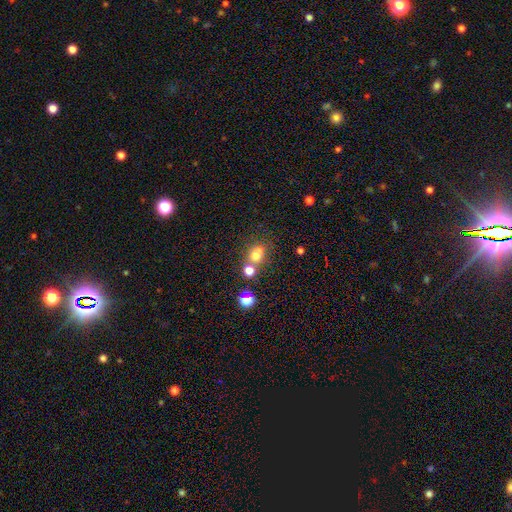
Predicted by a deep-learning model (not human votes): Morphology: type=smooth (67%); roundness=round (71%); merging=merger (44%).